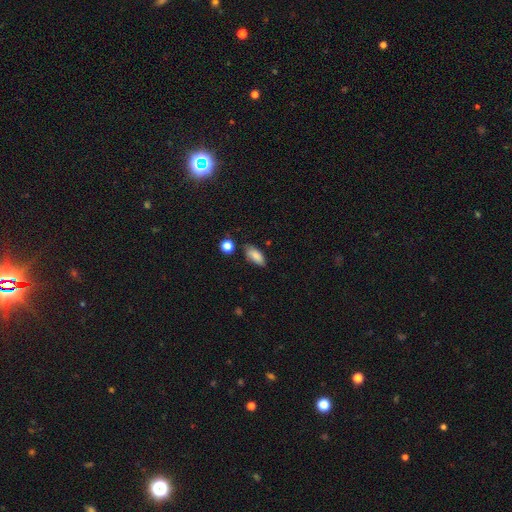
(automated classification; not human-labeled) This is clearly a smooth galaxy (84%). How rounded: clearly in between (85%). Merging: likely none (75%).